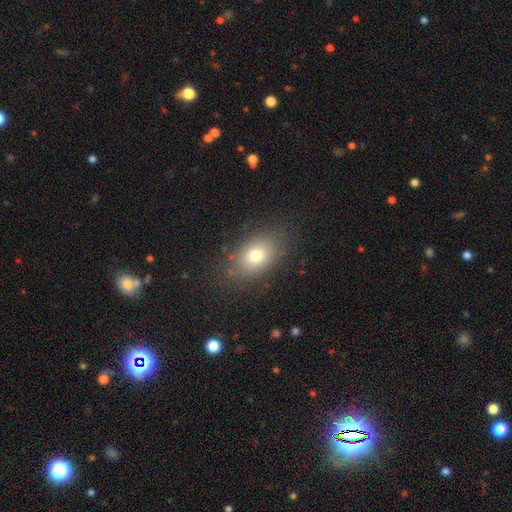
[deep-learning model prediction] Q: Smooth or featured?
A: smooth (75%); runner-up: featured or disk (14%)
Q: How rounded?
A: in between (79%); runner-up: round (20%)
Q: Merging?
A: none (81%); runner-up: minor disturbance (12%)